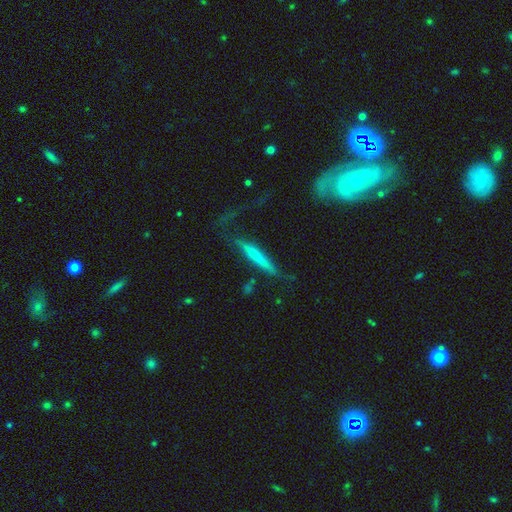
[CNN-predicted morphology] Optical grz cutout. It shows a featured or disk galaxy (49%). Merging: none (48%).